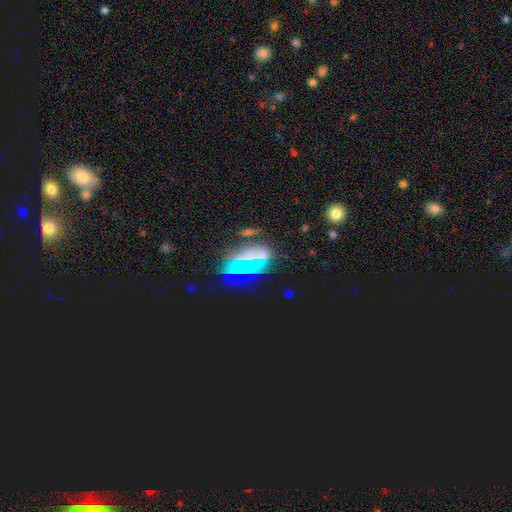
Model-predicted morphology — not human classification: smooth 45%, star or artifact 38%, featured or disk 17%. Down the decision tree: merging — none (70%).